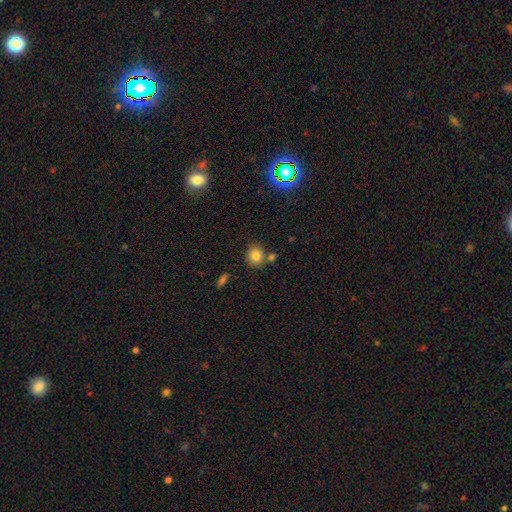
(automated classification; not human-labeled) Overall: smooth (81%). How rounded: round (79%). Merging: none (70%).